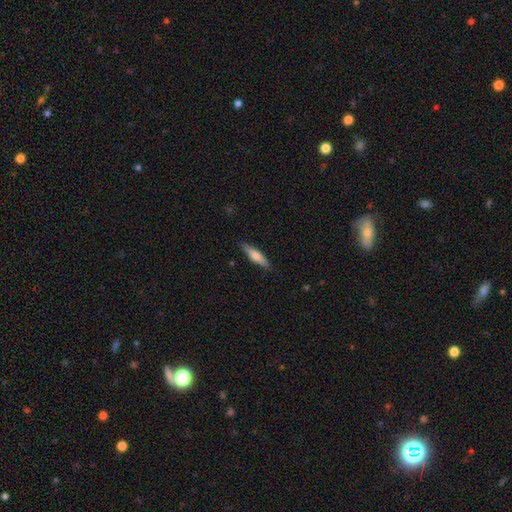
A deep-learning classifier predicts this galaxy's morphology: Smooth or featured? smooth (57%)
How rounded? cigar-shaped (80%)
Merging? none (87%)